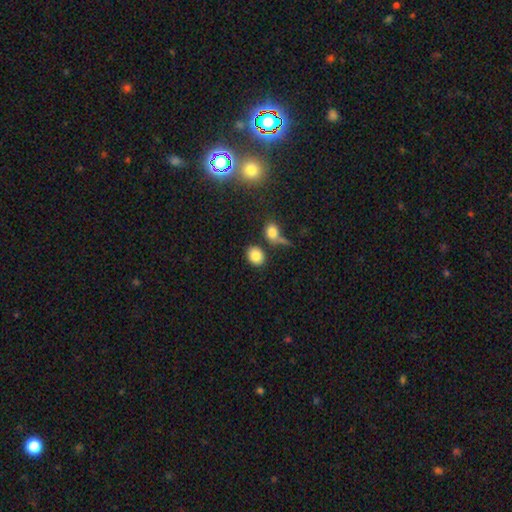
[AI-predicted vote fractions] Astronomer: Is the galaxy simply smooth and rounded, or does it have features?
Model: smooth — 83%.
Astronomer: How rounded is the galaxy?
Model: round — 50% (runner-up: in between, 49%).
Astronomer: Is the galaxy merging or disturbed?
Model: none — 73%.